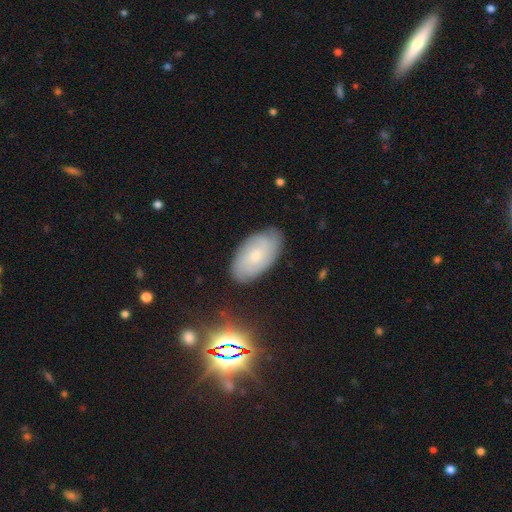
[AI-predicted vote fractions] Q: Smooth or featured?
A: smooth (49%); runner-up: featured or disk (41%)
Q: Merging?
A: none (80%); runner-up: minor disturbance (15%)